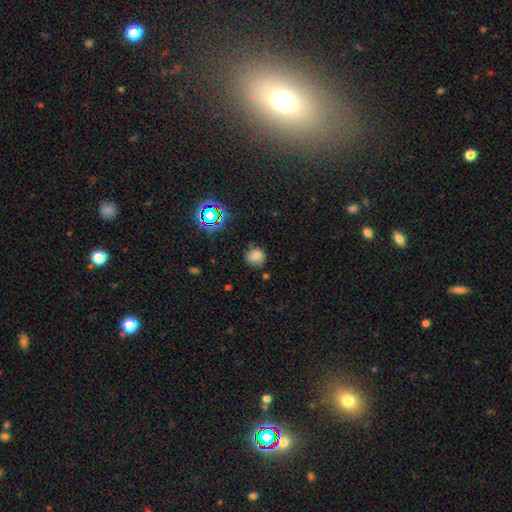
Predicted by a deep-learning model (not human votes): Q: Smooth or featured?
A: smooth (74%); runner-up: star or artifact (17%)
Q: How rounded?
A: round (83%); runner-up: in between (16%)
Q: Merging?
A: none (68%); runner-up: minor disturbance (23%)